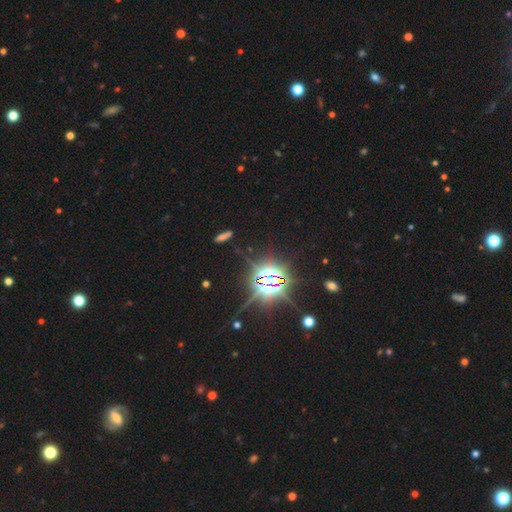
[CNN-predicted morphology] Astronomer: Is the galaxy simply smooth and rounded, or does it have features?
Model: star or artifact — 86%.